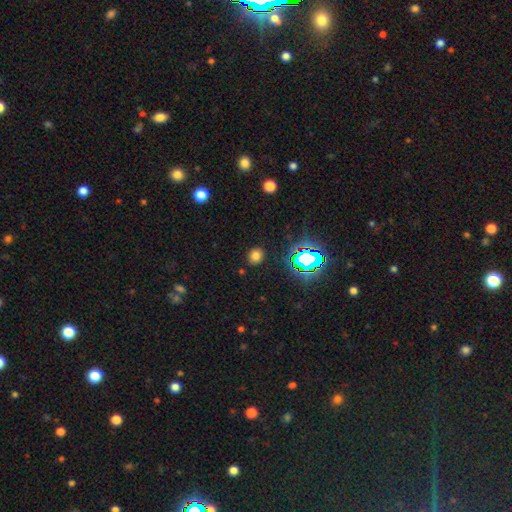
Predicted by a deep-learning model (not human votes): The model was most divided on "how rounded": round: 68%, in between: 31%, cigar-shaped: 1%. More confident: merging — none (87%); smooth or featured — smooth (70%).